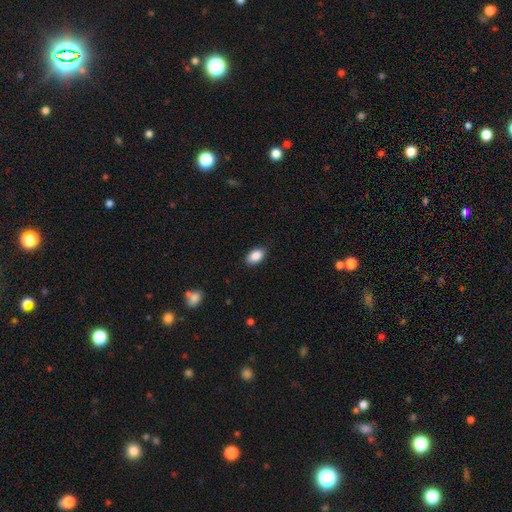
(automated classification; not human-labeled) A smooth galaxy with no disk features (89%) that is in between round and cigar-shaped (91%). Merging: none (86%).